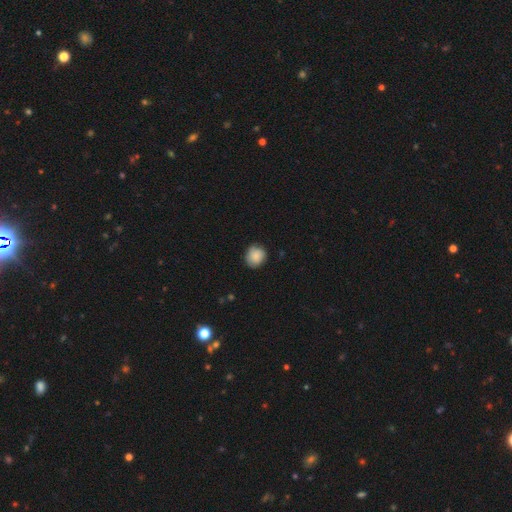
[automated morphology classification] Overall: smooth (82%). How rounded: round (80%). Merging: none (77%).